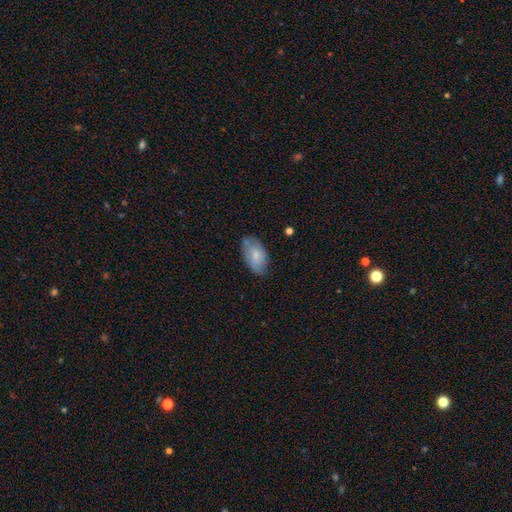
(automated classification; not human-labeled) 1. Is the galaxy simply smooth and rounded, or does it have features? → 57% smooth, 36% featured or disk, 7% star or artifact.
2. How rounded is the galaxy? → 92% in between, 6% round, 2% cigar-shaped.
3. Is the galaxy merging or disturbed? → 64% none, 27% minor disturbance, 6% major disturbance, 3% merger.